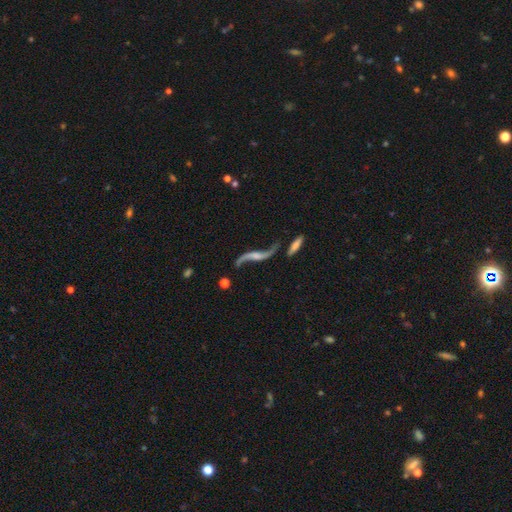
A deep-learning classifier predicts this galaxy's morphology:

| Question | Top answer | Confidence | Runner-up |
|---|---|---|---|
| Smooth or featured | featured or disk | 87% | smooth (7%) |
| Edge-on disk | no | 85% | yes (15%) |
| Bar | no | 55% | weak (31%) |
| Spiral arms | yes | 94% | no (6%) |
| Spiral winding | loose | 95% | medium (3%) |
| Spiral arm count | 2 | 93% | 1 (3%) |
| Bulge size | small | 41% | none (28%) |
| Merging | none | 62% | minor disturbance (17%) |